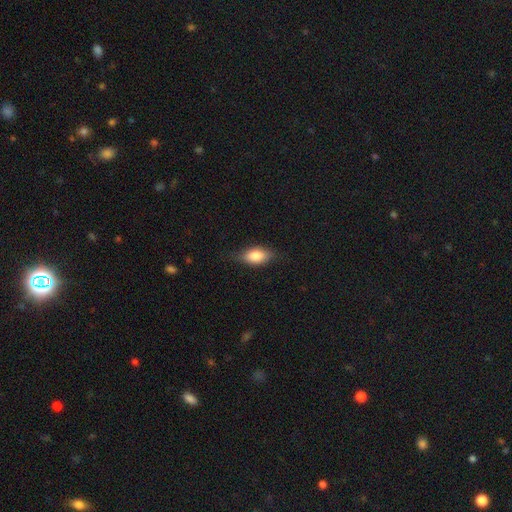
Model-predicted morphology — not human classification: Smooth or featured: smooth — 77% (featured or disk — 15%)
How rounded: in between — 86% (round — 8%)
Merging: none — 74% (minor disturbance — 20%)